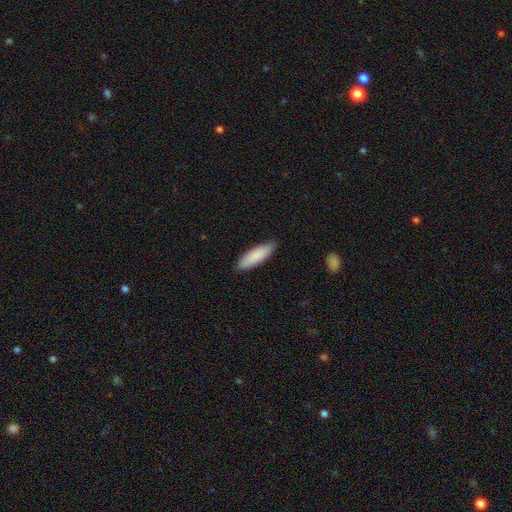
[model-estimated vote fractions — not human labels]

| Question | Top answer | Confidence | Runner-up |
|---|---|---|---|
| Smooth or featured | smooth | 88% | featured or disk (7%) |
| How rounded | cigar-shaped | 57% | in between (42%) |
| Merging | none | 88% | minor disturbance (9%) |